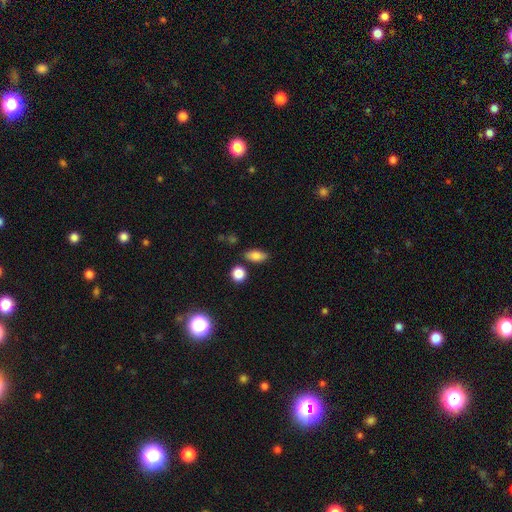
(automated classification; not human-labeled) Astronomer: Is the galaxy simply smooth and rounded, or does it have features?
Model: smooth — 81%.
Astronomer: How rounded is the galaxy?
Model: in between — 84%.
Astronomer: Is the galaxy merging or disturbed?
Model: none — 80%.